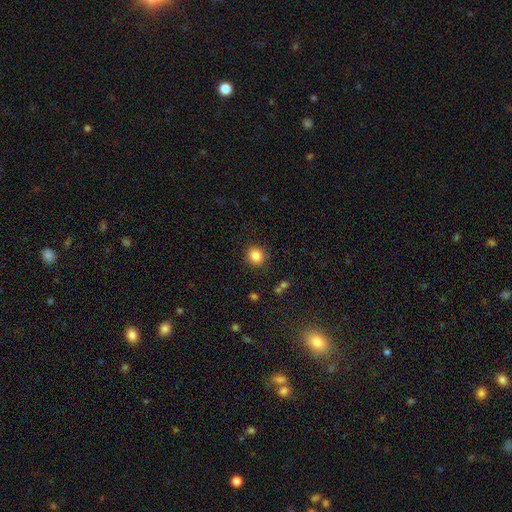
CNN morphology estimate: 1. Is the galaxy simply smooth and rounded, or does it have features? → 85% smooth, 10% star or artifact, 5% featured or disk.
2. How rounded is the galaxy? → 90% round, 9% in between, 1% cigar-shaped.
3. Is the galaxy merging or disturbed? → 89% none, 7% minor disturbance, 2% major disturbance, 1% merger.